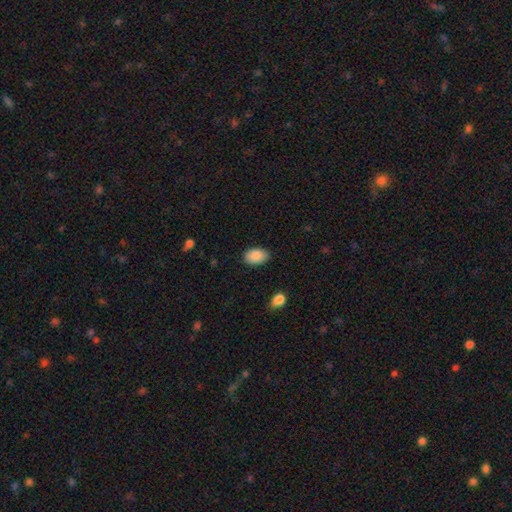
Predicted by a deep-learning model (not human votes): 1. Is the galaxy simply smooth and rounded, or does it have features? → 88% smooth, 7% star or artifact, 5% featured or disk.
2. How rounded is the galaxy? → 89% in between, 10% round, 1% cigar-shaped.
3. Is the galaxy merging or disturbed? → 84% none, 12% minor disturbance, 2% major disturbance, 1% merger.